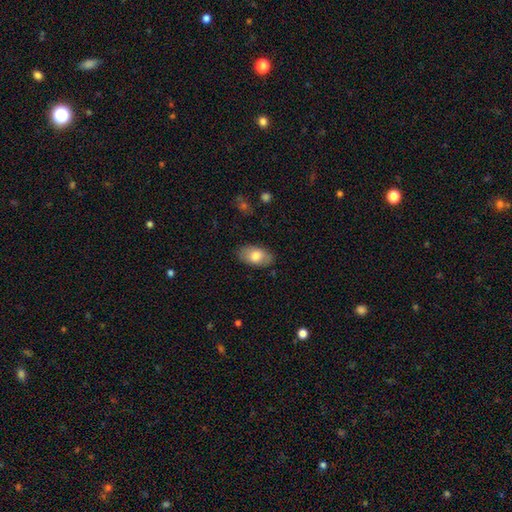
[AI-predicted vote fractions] Morphology: type=smooth (76%); roundness=in between (94%); merging=none (85%).